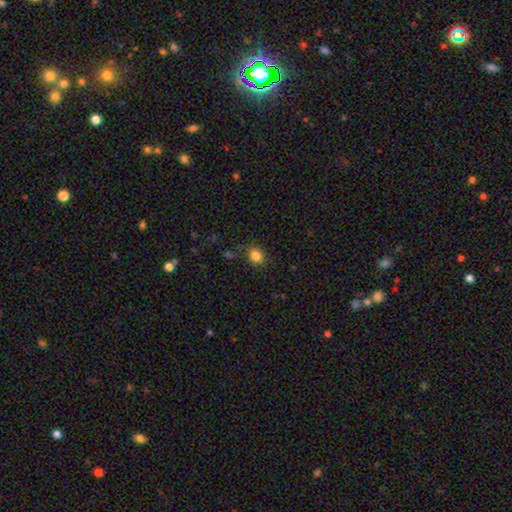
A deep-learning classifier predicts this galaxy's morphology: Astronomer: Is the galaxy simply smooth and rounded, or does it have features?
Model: smooth — 84%.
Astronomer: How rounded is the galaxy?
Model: round — 67%.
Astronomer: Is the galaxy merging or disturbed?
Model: none — 77%.